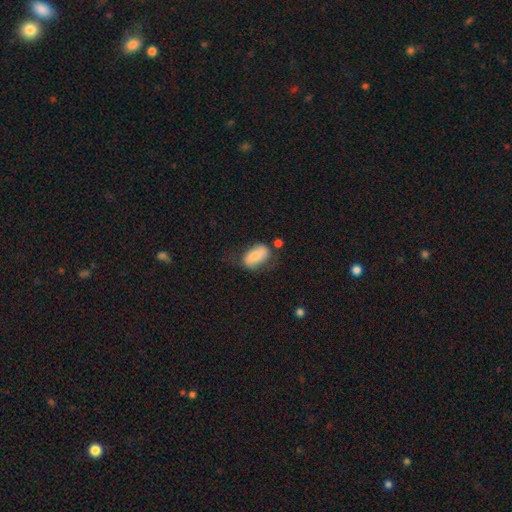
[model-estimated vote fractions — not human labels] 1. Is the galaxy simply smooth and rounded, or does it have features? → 72% smooth, 20% featured or disk, 7% star or artifact.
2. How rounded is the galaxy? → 90% in between, 6% round, 4% cigar-shaped.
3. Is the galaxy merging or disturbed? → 50% none, 29% minor disturbance, 13% major disturbance, 7% merger.